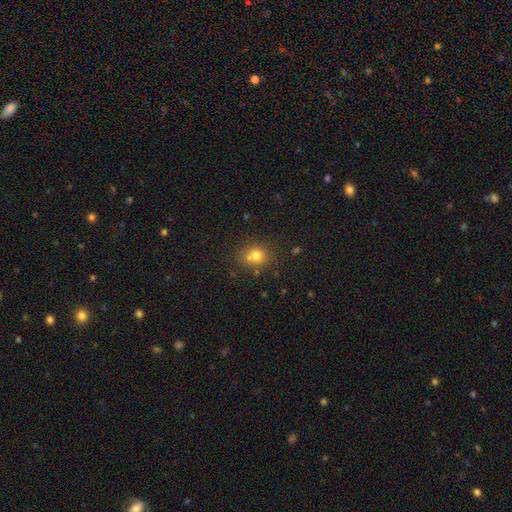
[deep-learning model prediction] Smooth or featured?
  - smooth: 74% *
  - star or artifact: 15%
  - featured or disk: 11%
How rounded?
  - round: 79% *
  - in between: 20%
  - cigar-shaped: 1%
Merging?
  - none: 64% *
  - merger: 21%
  - minor disturbance: 12%
  - major disturbance: 4%